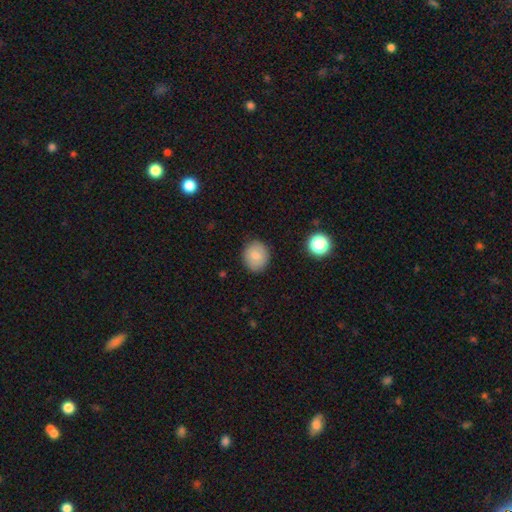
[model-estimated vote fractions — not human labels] smooth 80%, featured or disk 11%, star or artifact 9%. Down the decision tree: how rounded — round (74%); merging — none (86%).